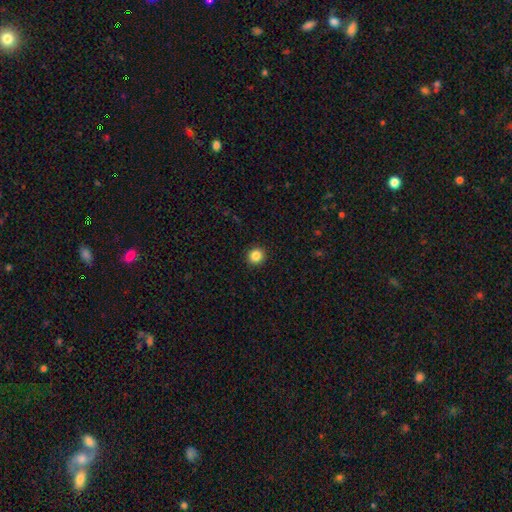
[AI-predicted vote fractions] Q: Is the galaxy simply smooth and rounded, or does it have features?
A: smooth — 85%.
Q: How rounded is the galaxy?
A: round — 91%.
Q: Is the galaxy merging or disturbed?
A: none — 93%.